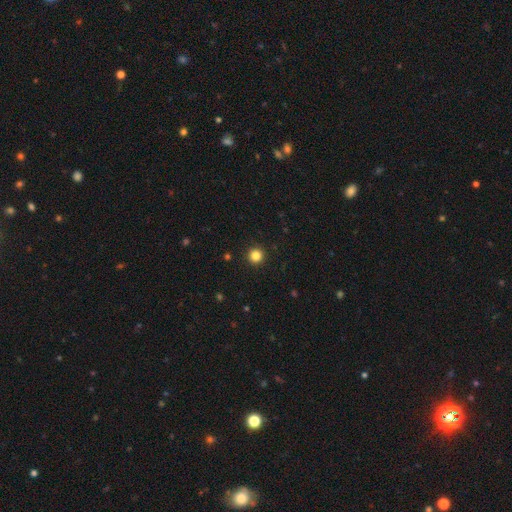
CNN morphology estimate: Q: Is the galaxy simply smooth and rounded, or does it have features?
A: smooth — 83%.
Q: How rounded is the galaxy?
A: round — 96%.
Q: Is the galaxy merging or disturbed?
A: none — 94%.